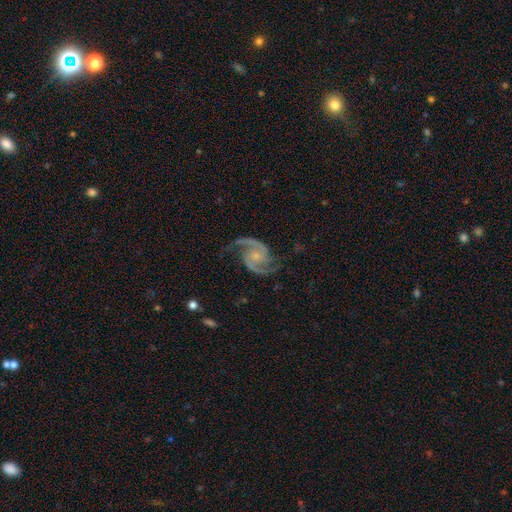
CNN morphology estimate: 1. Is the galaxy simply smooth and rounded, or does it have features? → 93% featured or disk, 4% star or artifact, 3% smooth.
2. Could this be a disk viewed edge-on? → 98% no, 2% yes.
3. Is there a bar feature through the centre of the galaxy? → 64% no, 28% weak, 8% strong.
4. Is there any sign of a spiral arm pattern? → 98% yes, 2% no.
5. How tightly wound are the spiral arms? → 60% medium, 23% loose, 17% tight.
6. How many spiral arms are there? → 94% 2, 2% 3, 1% can't tell, 1% 1, 1% 4, 1% more than 4.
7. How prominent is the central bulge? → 66% small, 24% moderate, 7% none, 2% large, 1% dominant.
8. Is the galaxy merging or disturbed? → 78% none, 14% minor disturbance, 7% major disturbance, 2% merger.